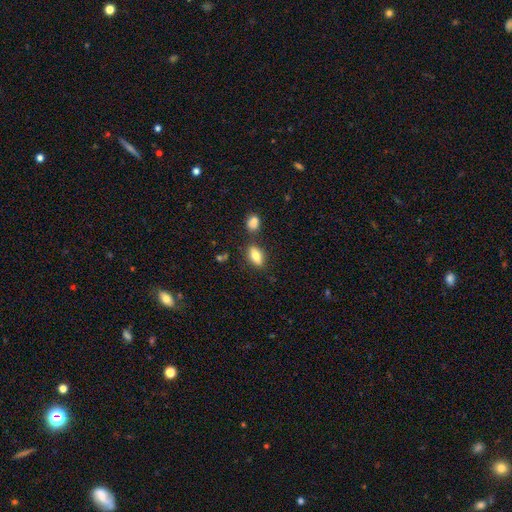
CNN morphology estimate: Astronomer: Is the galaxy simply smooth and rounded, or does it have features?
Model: smooth — 75%.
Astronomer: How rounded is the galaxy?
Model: in between — 81%.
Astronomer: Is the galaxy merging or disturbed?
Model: none — 76%.